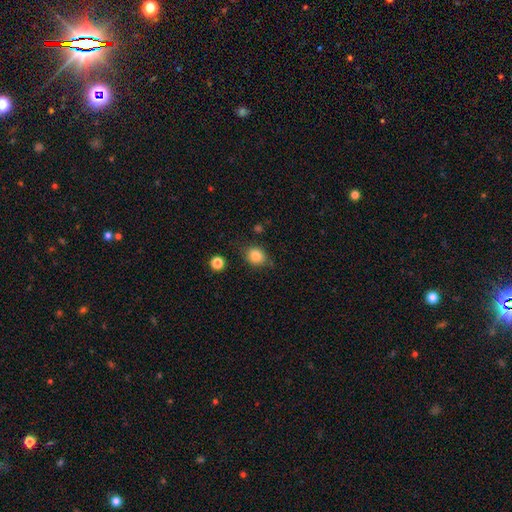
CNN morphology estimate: Smooth or featured?
  - smooth: 83% *
  - star or artifact: 11%
  - featured or disk: 6%
How rounded?
  - round: 68% *
  - in between: 31%
  - cigar-shaped: 1%
Merging?
  - none: 78% *
  - minor disturbance: 15%
  - major disturbance: 4%
  - merger: 3%